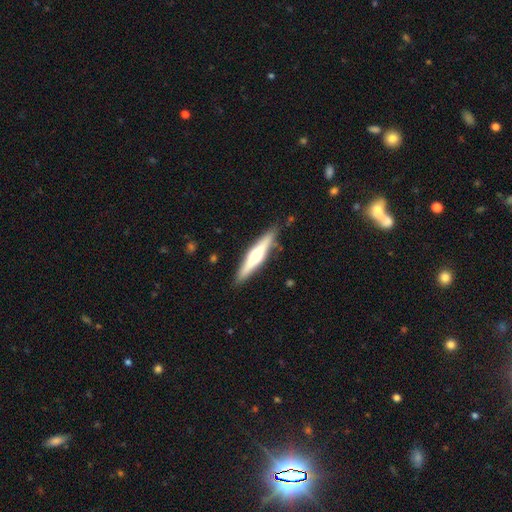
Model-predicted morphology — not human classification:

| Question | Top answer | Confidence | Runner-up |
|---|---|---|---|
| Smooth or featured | featured or disk | 58% | smooth (36%) |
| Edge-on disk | yes | 96% | no (4%) |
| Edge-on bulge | rounded | 89% | none (6%) |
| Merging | none | 87% | minor disturbance (10%) |